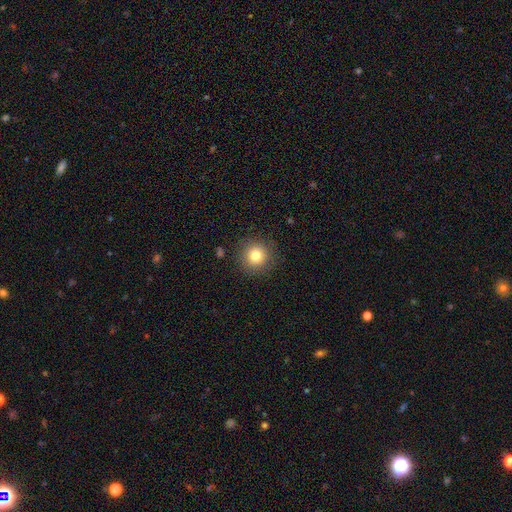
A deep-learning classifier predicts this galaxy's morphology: smooth_or_featured: smooth (p=0.79) [alt: star or artifact p=0.12]
how_rounded: round (p=0.94) [alt: in between p=0.05]
merging: none (p=0.88) [alt: minor disturbance p=0.08]